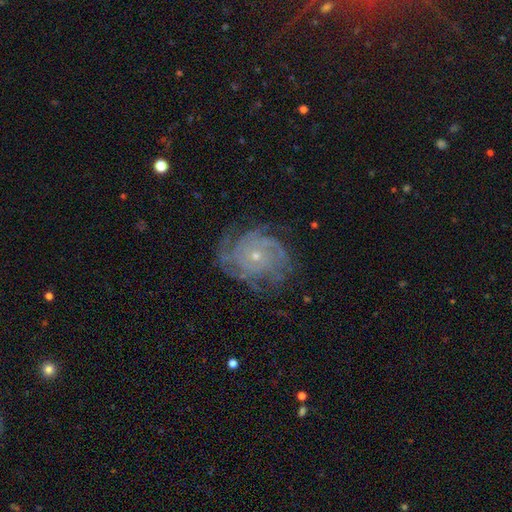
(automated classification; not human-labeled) Q: Smooth or featured?
A: featured or disk (86%); runner-up: smooth (7%)
Q: Edge-on disk?
A: no (97%); runner-up: yes (3%)
Q: Bar?
A: no (80%); runner-up: weak (16%)
Q: Spiral arms?
A: yes (96%); runner-up: no (4%)
Q: Spiral winding?
A: tight (68%); runner-up: medium (26%)
Q: Spiral arm count?
A: can't tell (27%); runner-up: 3 (22%)
Q: Bulge size?
A: small (77%); runner-up: moderate (19%)
Q: Merging?
A: none (72%); runner-up: minor disturbance (18%)